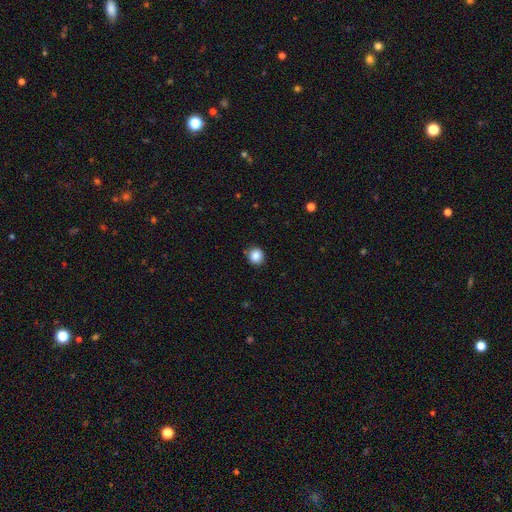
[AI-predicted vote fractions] A smooth galaxy with no disk features (86%) that is round (89%). Merging: none (88%).